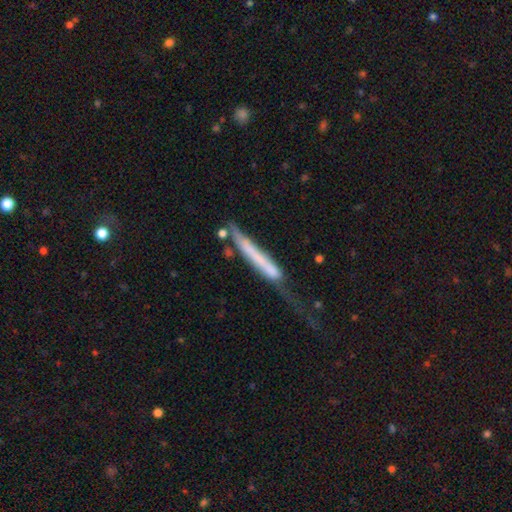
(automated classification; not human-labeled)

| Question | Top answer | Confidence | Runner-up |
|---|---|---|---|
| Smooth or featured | smooth | 49% | featured or disk (43%) |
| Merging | major disturbance | 37% | none (26%) |